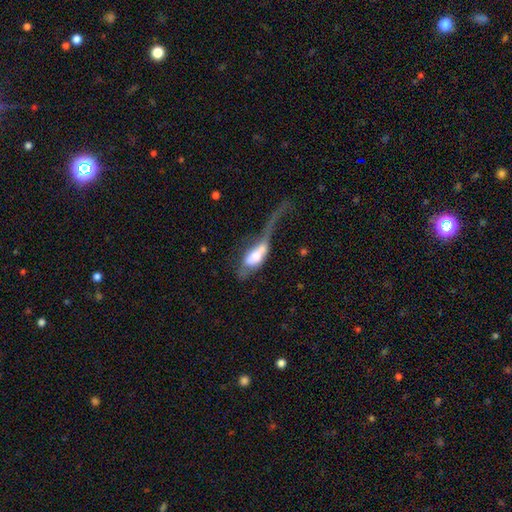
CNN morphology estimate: Smooth or featured: smooth — 51% (featured or disk — 41%)
How rounded: in between — 76% (cigar-shaped — 19%)
Merging: major disturbance — 60% (merger — 18%)